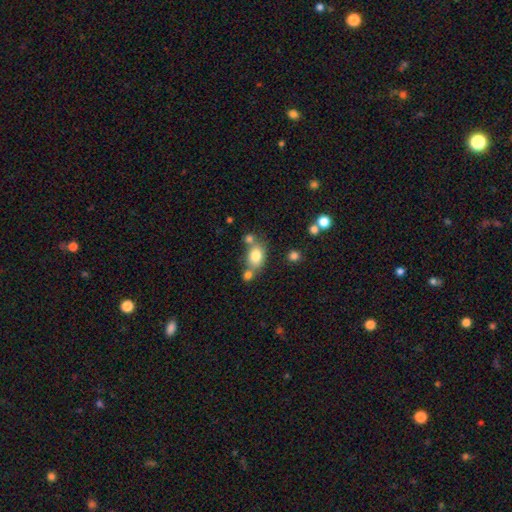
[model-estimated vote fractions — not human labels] Overall: smooth (78%). How rounded: in between (63%; round 36%). Merging: none (52%; merger 30%).